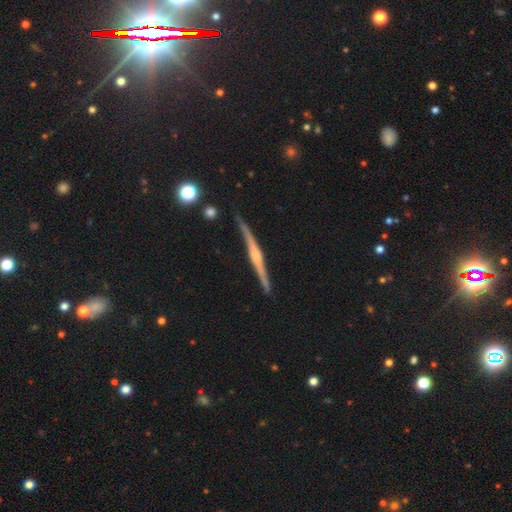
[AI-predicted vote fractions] smooth-or-featured: featured or disk: 82% | smooth: 12% | star or artifact: 6%
  disk-edge-on: yes: 98% | no: 2%
    edge-on-bulge: rounded: 71% | boxy: 15% | none: 14%
  merging: none: 87% | minor disturbance: 9% | major disturbance: 2% | merger: 2%